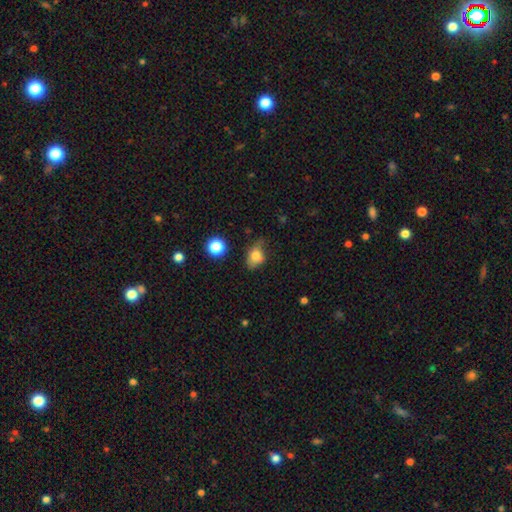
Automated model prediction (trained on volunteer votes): Smooth or featured?
  - smooth: 77% *
  - featured or disk: 13%
  - star or artifact: 11%
How rounded?
  - in between: 65% *
  - round: 33%
  - cigar-shaped: 2%
Merging?
  - none: 55% *
  - minor disturbance: 33%
  - major disturbance: 9%
  - merger: 3%